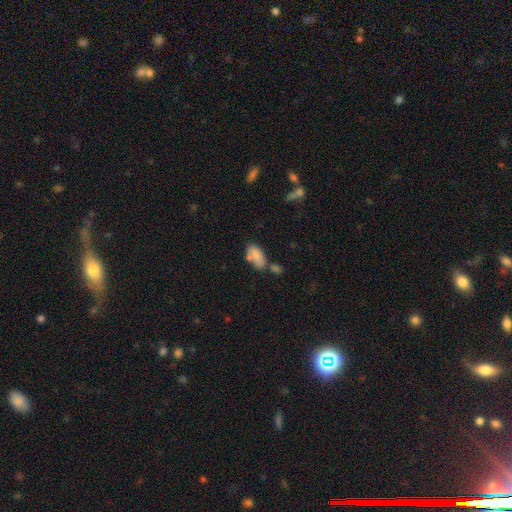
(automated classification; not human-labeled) This is likely a smooth galaxy (80%). How rounded: clearly in between (91%). Merging: marginally none (45%).